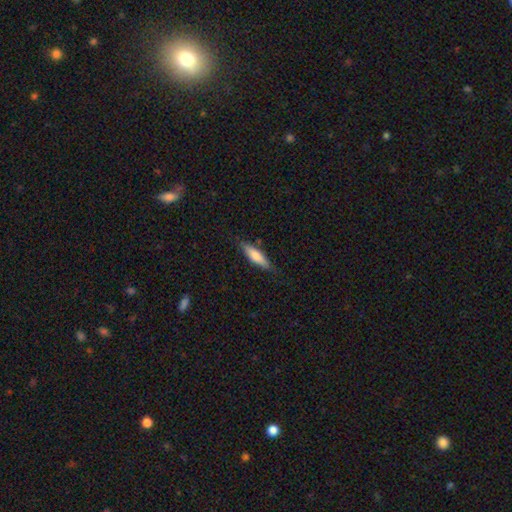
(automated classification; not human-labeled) A smooth galaxy with no disk features (68%) that is cigar-shaped (63%).

Vote fractions:
- Smooth or featured? smooth: 68% / featured or disk: 27% / star or artifact: 6%
- How rounded? cigar-shaped: 63% / in between: 35% / round: 2%
- Merging? none: 81% / minor disturbance: 14% / major disturbance: 3% / merger: 2%